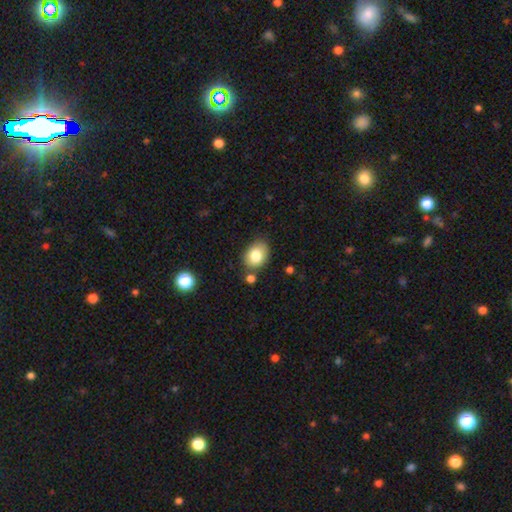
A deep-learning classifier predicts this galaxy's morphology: A smooth galaxy with no disk features (82%) that is in between round and cigar-shaped (67%). Merging: none (75%).